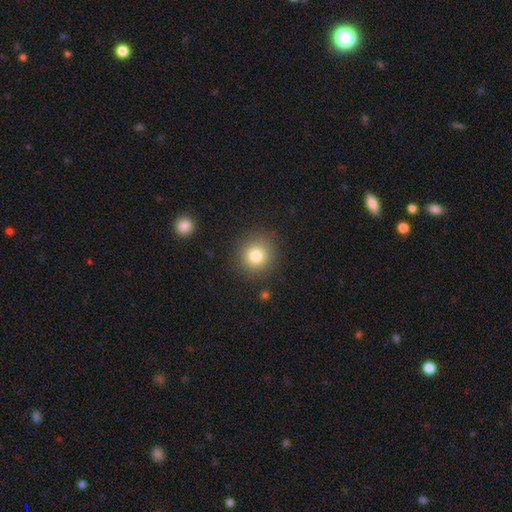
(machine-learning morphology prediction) Q: Smooth or featured?
A: smooth (81%); runner-up: star or artifact (11%)
Q: How rounded?
A: round (92%); runner-up: in between (7%)
Q: Merging?
A: none (88%); runner-up: minor disturbance (7%)